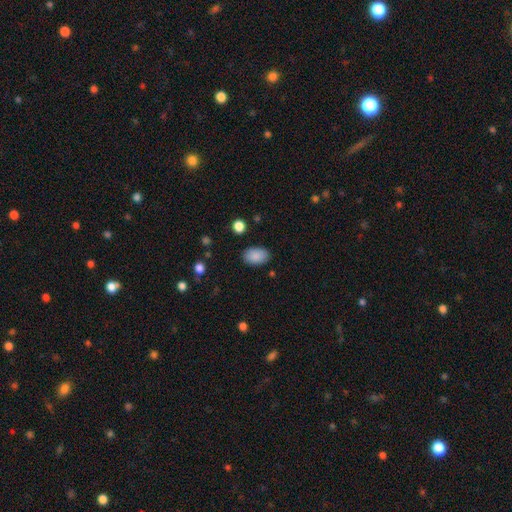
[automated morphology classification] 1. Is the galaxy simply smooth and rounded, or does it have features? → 89% smooth, 7% star or artifact, 4% featured or disk.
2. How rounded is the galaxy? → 89% in between, 9% round, 1% cigar-shaped.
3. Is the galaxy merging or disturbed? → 86% none, 10% minor disturbance, 3% major disturbance, 1% merger.